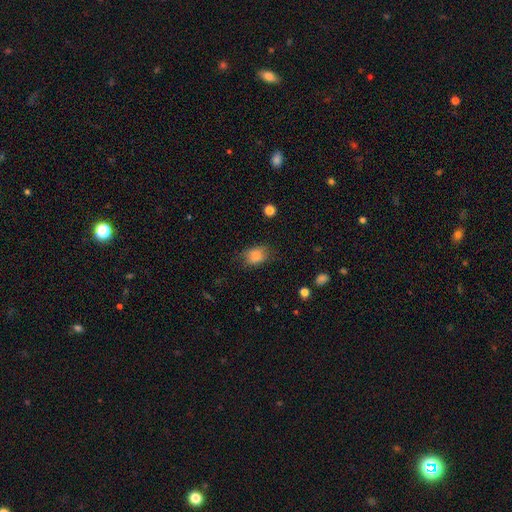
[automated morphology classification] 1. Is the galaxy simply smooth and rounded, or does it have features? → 83% smooth, 10% star or artifact, 8% featured or disk.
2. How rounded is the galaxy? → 68% in between, 31% round, 1% cigar-shaped.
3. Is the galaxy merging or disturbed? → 64% none, 25% minor disturbance, 10% major disturbance, 2% merger.